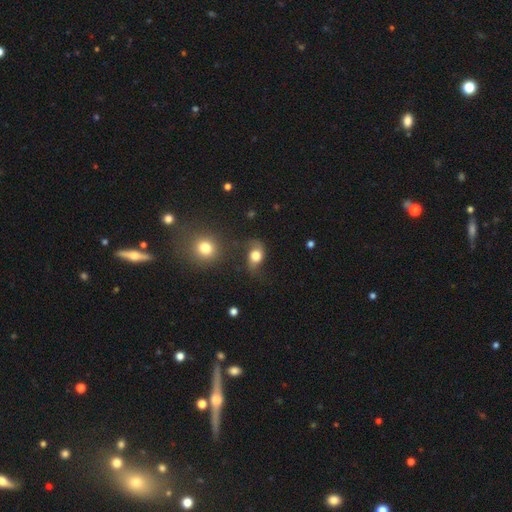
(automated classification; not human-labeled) Smooth or featured: smooth — 56% (featured or disk — 34%)
How rounded: in between — 65% (round — 33%)
Merging: none — 49% (minor disturbance — 27%)